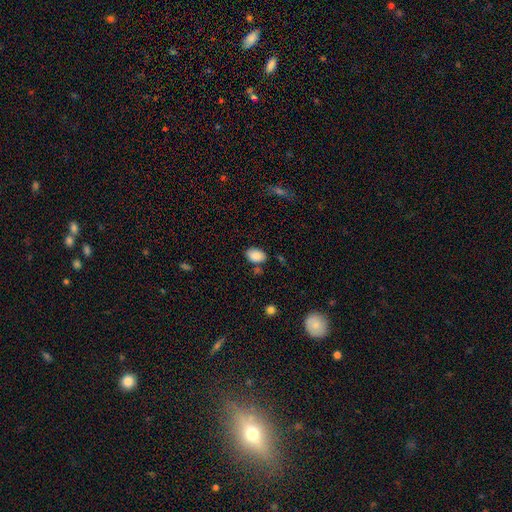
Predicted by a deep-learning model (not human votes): Overall: smooth (87%). How rounded: in between (88%). Merging: none (72%).